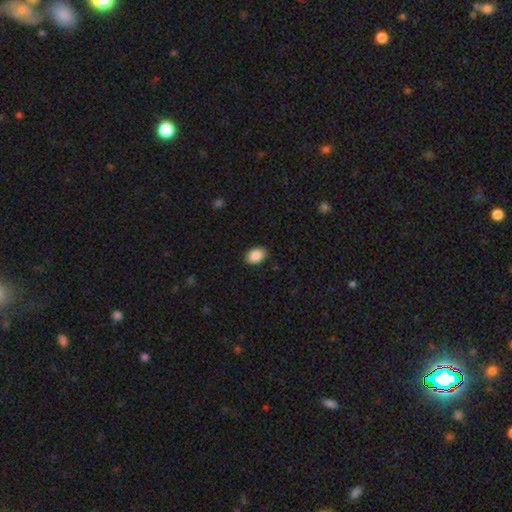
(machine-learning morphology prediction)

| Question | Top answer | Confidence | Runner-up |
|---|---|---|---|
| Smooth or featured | smooth | 90% | star or artifact (7%) |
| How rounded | in between | 83% | round (16%) |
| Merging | none | 89% | minor disturbance (8%) |